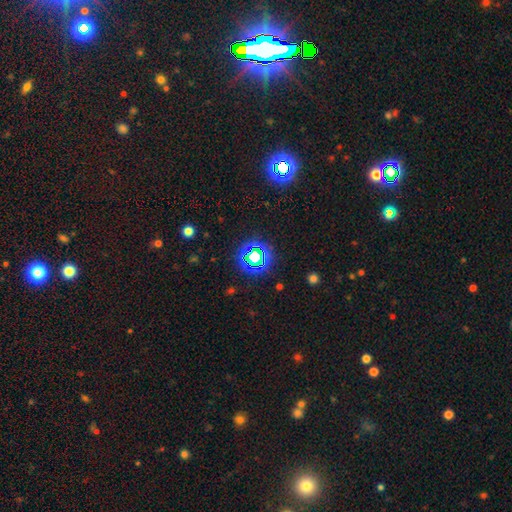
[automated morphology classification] Smooth or featured: star or artifact — 69% (smooth — 21%)